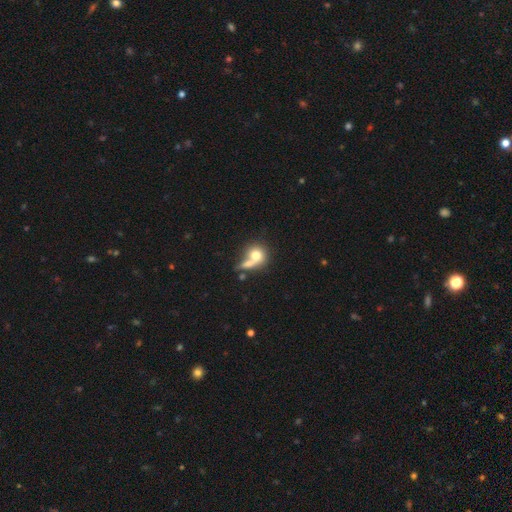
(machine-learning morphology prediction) Smooth or featured? smooth (72%)
How rounded? round (78%)
Merging? merger (45%)